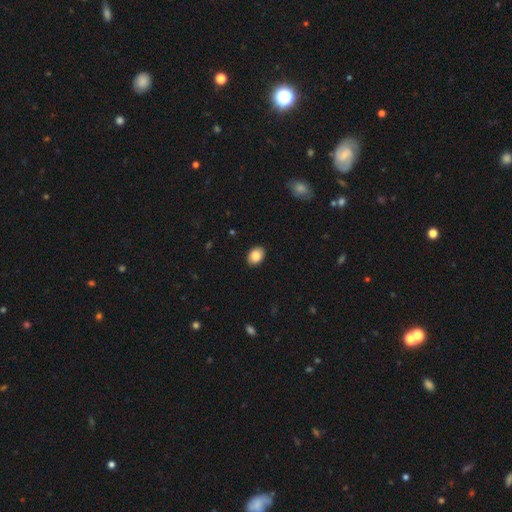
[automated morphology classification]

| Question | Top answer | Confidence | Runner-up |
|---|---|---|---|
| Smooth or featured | smooth | 87% | star or artifact (7%) |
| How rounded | in between | 75% | round (24%) |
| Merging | none | 89% | minor disturbance (8%) |